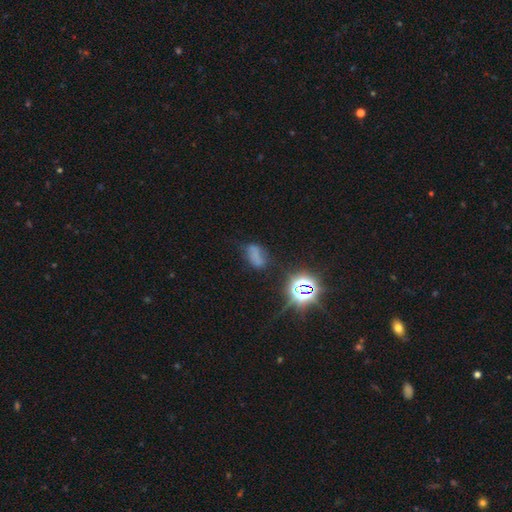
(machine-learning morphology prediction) A smooth galaxy with no disk features (47%). Merging: none (47%).